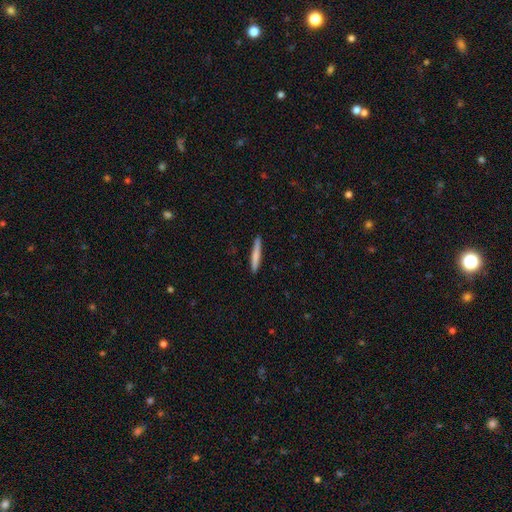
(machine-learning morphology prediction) type=smooth (72%); roundness=cigar-shaped (96%); merging=none (91%).